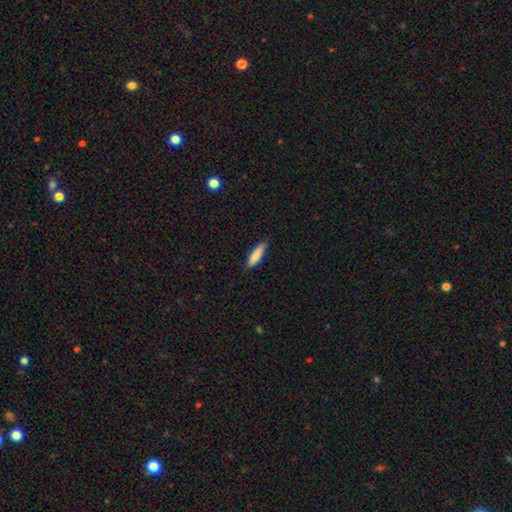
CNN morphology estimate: smooth 80%, featured or disk 14%, star or artifact 6%. Down the decision tree: how rounded — cigar-shaped (69%); merging — none (80%).